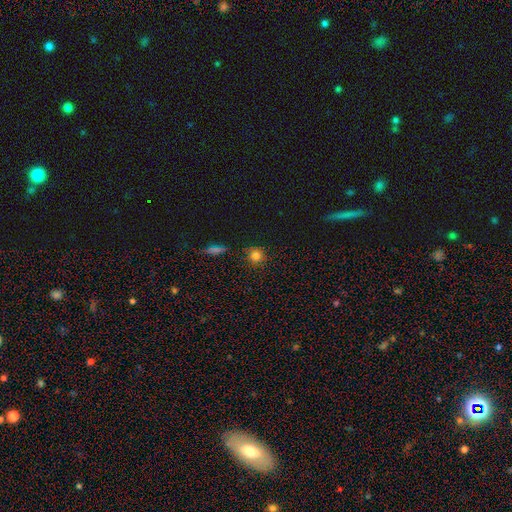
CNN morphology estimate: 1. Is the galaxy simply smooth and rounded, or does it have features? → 80% smooth, 14% star or artifact, 6% featured or disk.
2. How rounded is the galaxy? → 91% round, 7% in between, 1% cigar-shaped.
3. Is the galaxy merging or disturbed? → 86% none, 9% minor disturbance, 2% major disturbance, 2% merger.